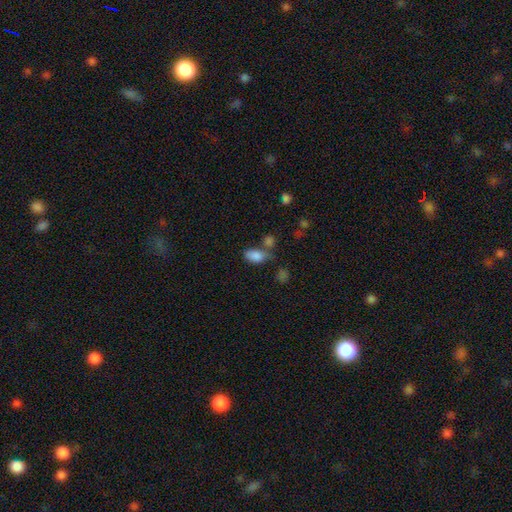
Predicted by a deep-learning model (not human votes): The model was most divided on "merging": none: 48%, merger: 23%, minor disturbance: 20%, major disturbance: 9%. More confident: how rounded — in between (91%); smooth or featured — smooth (83%).